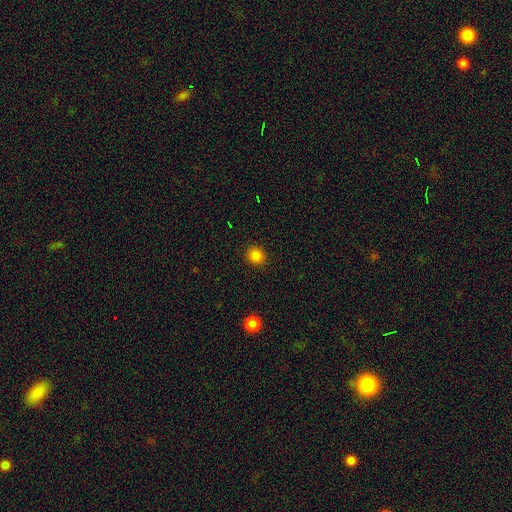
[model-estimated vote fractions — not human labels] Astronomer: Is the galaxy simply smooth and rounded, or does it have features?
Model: smooth — 83%.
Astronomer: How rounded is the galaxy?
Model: round — 86%.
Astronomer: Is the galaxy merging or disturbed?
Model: none — 91%.